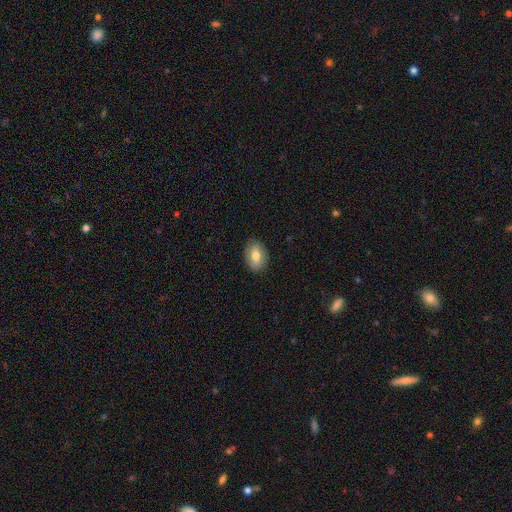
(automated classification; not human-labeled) Overall: smooth (62%; featured or disk 31%). How rounded: in between (85%). Merging: none (84%).